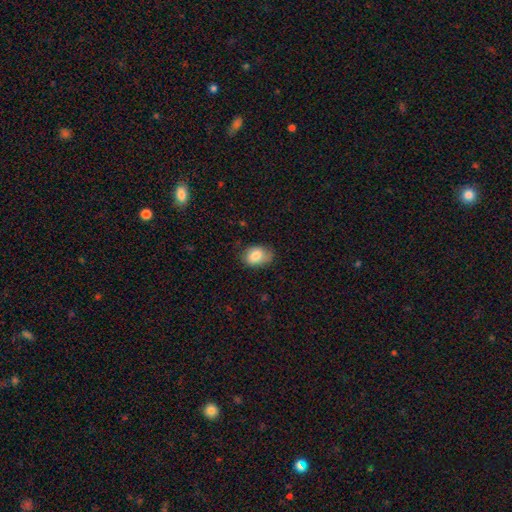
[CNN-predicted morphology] Smooth or featured? smooth (80%)
How rounded? in between (72%)
Merging? none (67%)